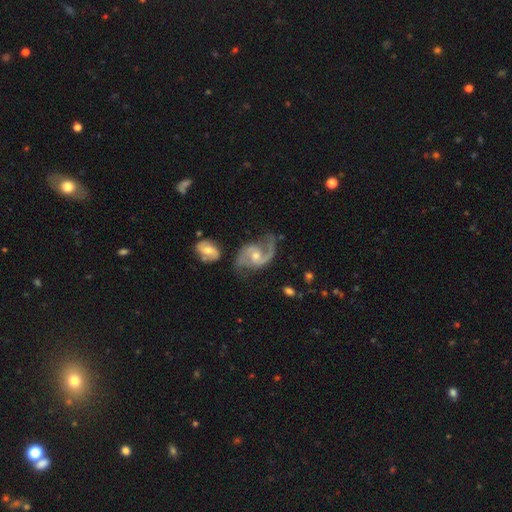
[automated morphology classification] smooth-or-featured: featured or disk: 90% | star or artifact: 5% | smooth: 5%
  disk-edge-on: no: 98% | yes: 2%
    bar: no: 48% | weak: 41% | strong: 11%
    has-spiral-arms: yes: 97% | no: 3%
      spiral-winding: medium: 48% | loose: 42% | tight: 10%
      spiral-arm-count: 2: 89% | 1: 5% | can't tell: 2% | 3: 1% | 4: 1% | more than 4: 1%
    bulge-size: moderate: 57% | small: 37% | large: 3% | none: 2% | dominant: 1%
  merging: none: 61% | minor disturbance: 20% | major disturbance: 12% | merger: 7%